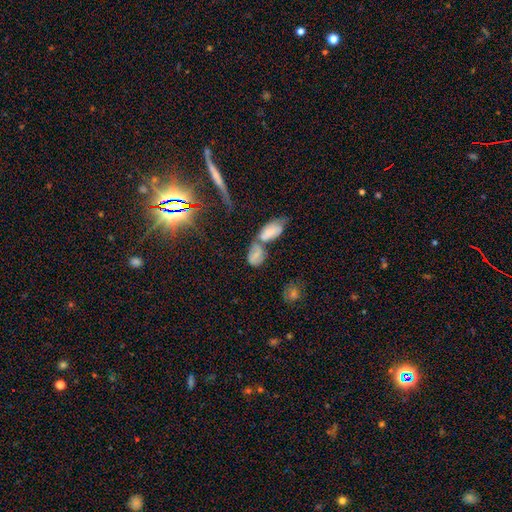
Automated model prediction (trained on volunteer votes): A smooth galaxy with no disk features (58%) that is in between round and cigar-shaped (84%). Merging: merger (56%).